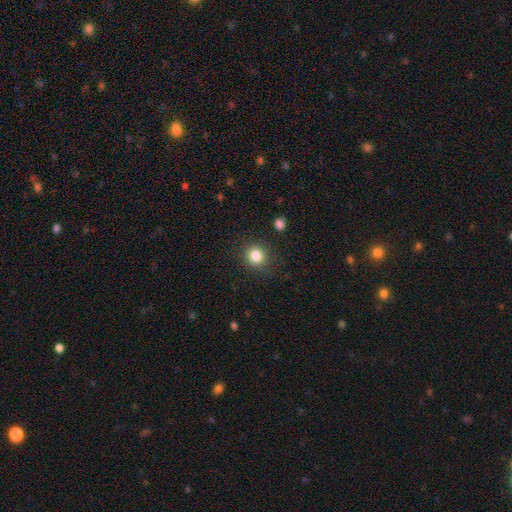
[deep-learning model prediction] Q: Smooth or featured?
A: smooth (84%); runner-up: star or artifact (11%)
Q: How rounded?
A: round (85%); runner-up: in between (14%)
Q: Merging?
A: none (87%); runner-up: minor disturbance (8%)